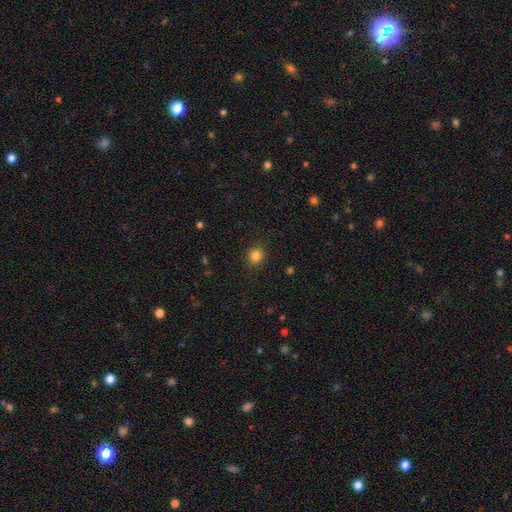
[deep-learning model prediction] A smooth galaxy with no disk features (83%) that is round (84%). Merging: none (90%).